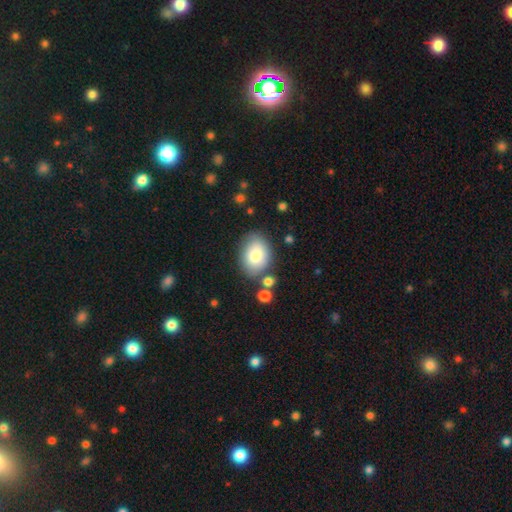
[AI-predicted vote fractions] smooth-or-featured: smooth: 80% | featured or disk: 12% | star or artifact: 8%
  how-rounded: in between: 73% | round: 26% | cigar-shaped: 1%
  merging: none: 73% | minor disturbance: 15% | merger: 7% | major disturbance: 4%